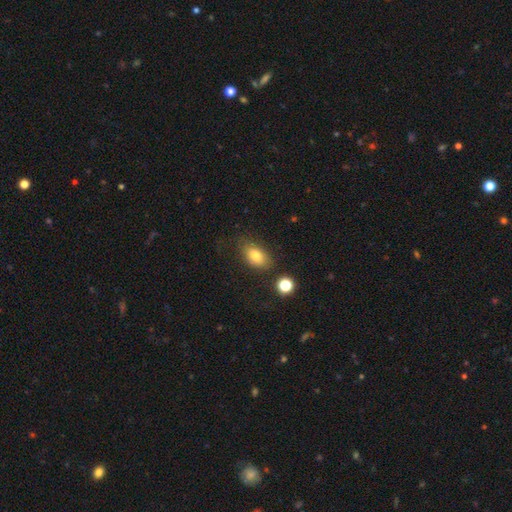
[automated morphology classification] Smooth or featured?
  - smooth: 79% *
  - featured or disk: 11%
  - star or artifact: 10%
How rounded?
  - in between: 85% *
  - round: 13%
  - cigar-shaped: 2%
Merging?
  - none: 75% *
  - minor disturbance: 17%
  - major disturbance: 5%
  - merger: 4%